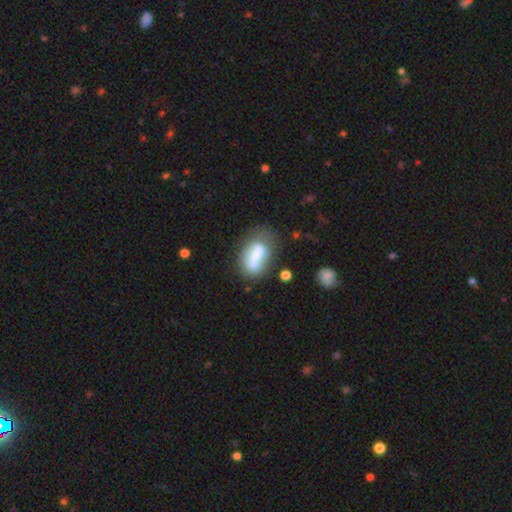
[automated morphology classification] Smooth or featured? featured or disk (52%)
Edge-on disk? no (92%)
Merging? none (53%)